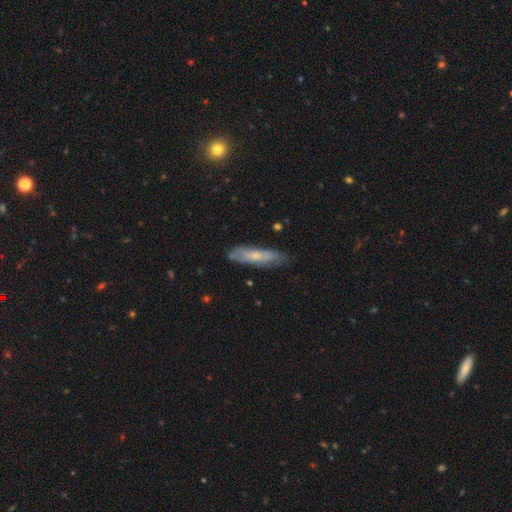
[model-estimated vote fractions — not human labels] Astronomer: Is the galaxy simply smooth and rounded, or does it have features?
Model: smooth — 50% (runner-up: featured or disk, 43%).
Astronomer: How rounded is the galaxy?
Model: cigar-shaped — 69%.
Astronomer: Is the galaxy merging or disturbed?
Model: none — 77%.